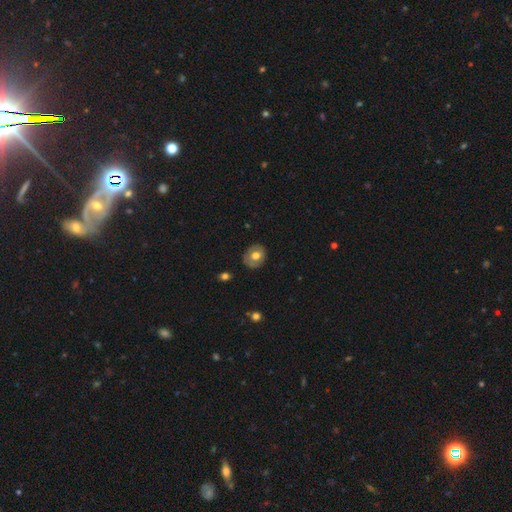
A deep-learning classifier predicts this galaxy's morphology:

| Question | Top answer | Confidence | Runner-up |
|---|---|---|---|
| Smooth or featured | smooth | 57% | featured or disk (35%) |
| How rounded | round | 68% | in between (31%) |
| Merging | none | 81% | minor disturbance (14%) |